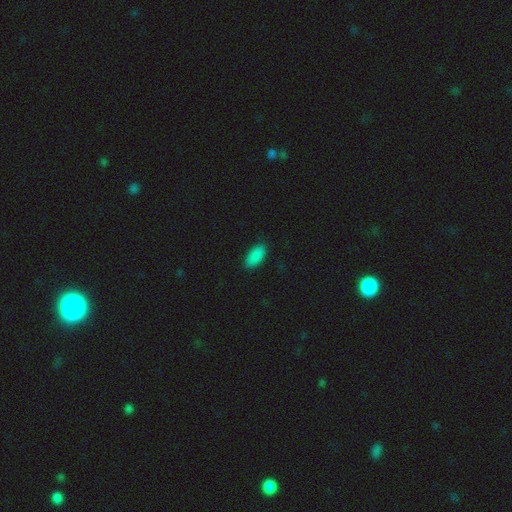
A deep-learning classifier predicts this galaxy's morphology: Q: Smooth or featured?
A: smooth (88%); runner-up: star or artifact (8%)
Q: How rounded?
A: in between (93%); runner-up: cigar-shaped (5%)
Q: Merging?
A: none (88%); runner-up: minor disturbance (9%)